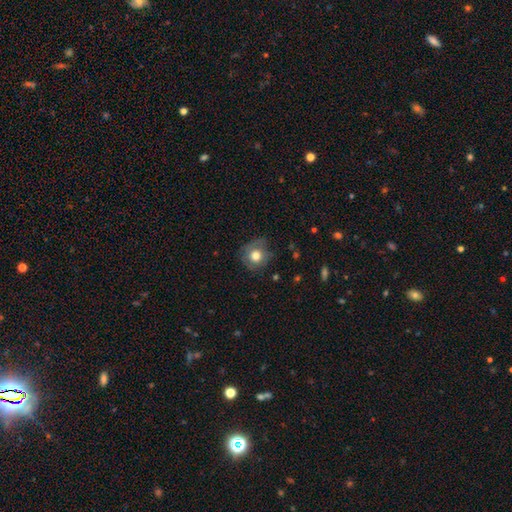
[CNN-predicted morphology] Smooth or featured?
  - smooth: 71% *
  - featured or disk: 20%
  - star or artifact: 9%
How rounded?
  - round: 86% *
  - in between: 13%
  - cigar-shaped: 1%
Merging?
  - none: 65% *
  - minor disturbance: 24%
  - major disturbance: 9%
  - merger: 1%